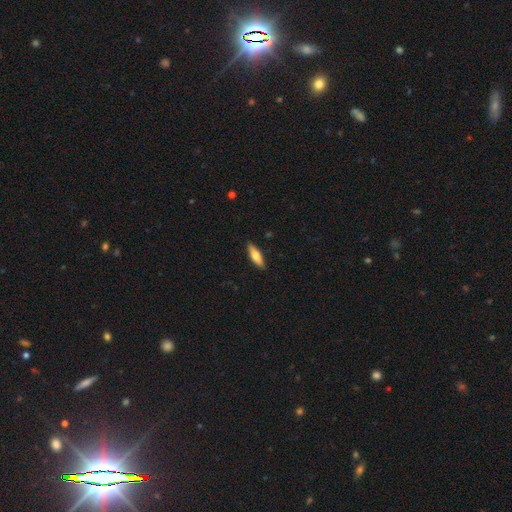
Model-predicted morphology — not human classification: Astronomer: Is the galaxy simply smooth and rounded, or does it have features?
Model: smooth — 69%.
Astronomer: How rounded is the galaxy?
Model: cigar-shaped — 54% (runner-up: in between, 44%).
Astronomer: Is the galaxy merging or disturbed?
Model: none — 89%.